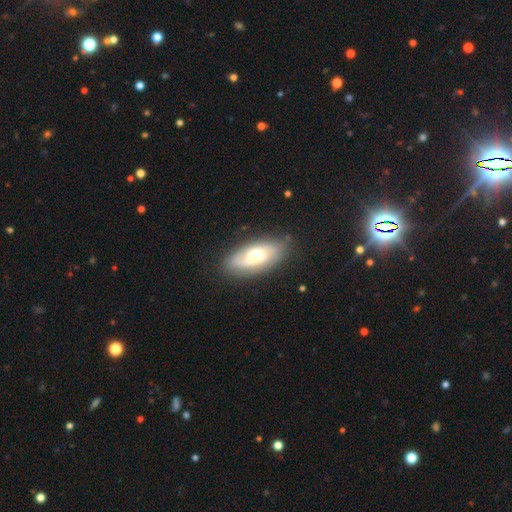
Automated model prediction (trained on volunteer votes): A featured or disk galaxy (55%). Merging: none (79%).